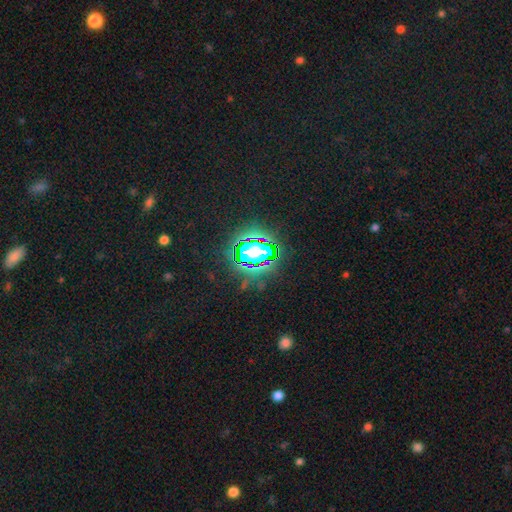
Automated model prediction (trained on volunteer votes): Morphology: type=star or artifact (81%).